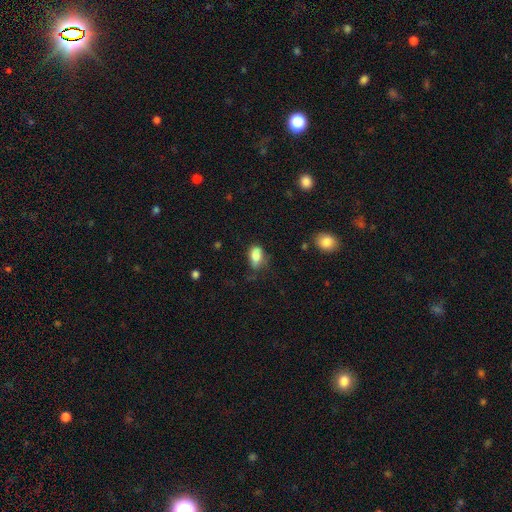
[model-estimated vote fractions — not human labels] A smooth galaxy with no disk features (83%) that is in between round and cigar-shaped (89%).

Vote fractions:
- Smooth or featured? smooth: 83% / star or artifact: 8% / featured or disk: 8%
- How rounded? in between: 89% / round: 9% / cigar-shaped: 3%
- Merging? none: 52% / minor disturbance: 32% / major disturbance: 14% / merger: 2%